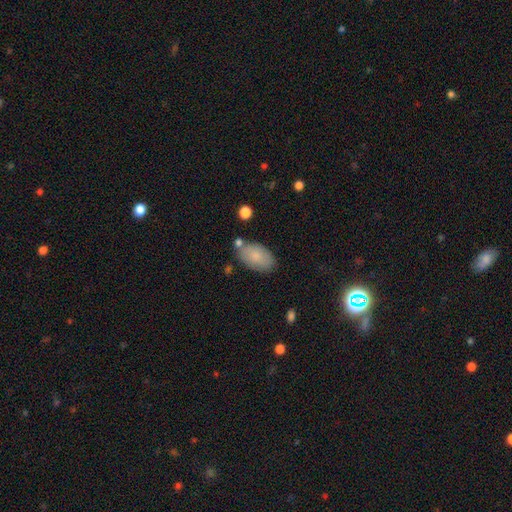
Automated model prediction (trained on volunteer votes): A smooth galaxy with no disk features (82%) that is in between round and cigar-shaped (94%).

Vote fractions:
- Smooth or featured? smooth: 82% / featured or disk: 12% / star or artifact: 7%
- How rounded? in between: 94% / round: 5% / cigar-shaped: 2%
- Merging? none: 73% / minor disturbance: 16% / merger: 7% / major disturbance: 4%